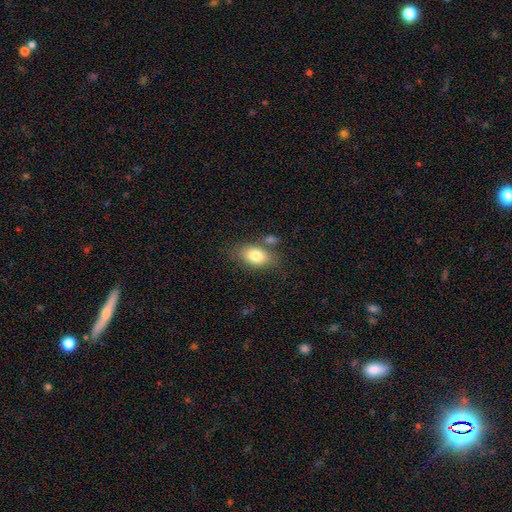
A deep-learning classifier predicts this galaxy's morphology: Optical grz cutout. It shows a smooth galaxy with no disk features (80%) that is in between round and cigar-shaped (85%). Merging: none (66%).